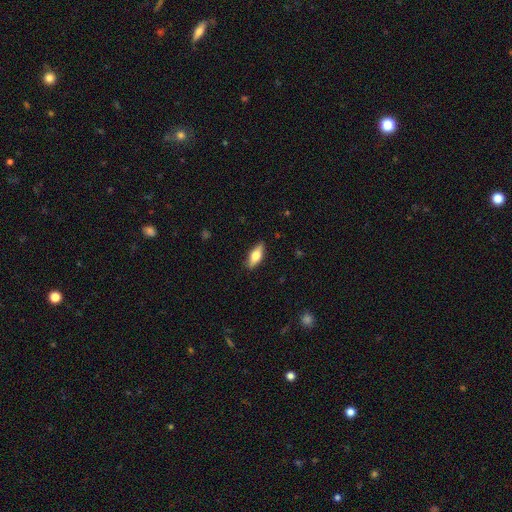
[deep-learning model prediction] A smooth galaxy with no disk features (63%) that is in between round and cigar-shaped (70%).

Vote fractions:
- Smooth or featured? smooth: 63% / featured or disk: 31% / star or artifact: 6%
- How rounded? in between: 70% / cigar-shaped: 27% / round: 3%
- Merging? none: 87% / minor disturbance: 10% / major disturbance: 2% / merger: 1%